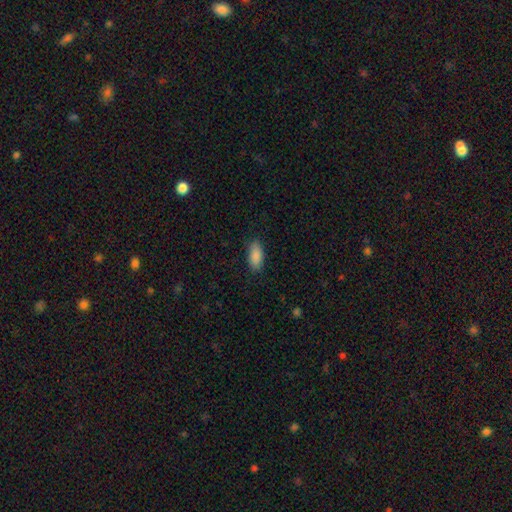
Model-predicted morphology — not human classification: smooth 89%, star or artifact 6%, featured or disk 5%. Down the decision tree: how rounded — in between (87%); merging — none (86%).